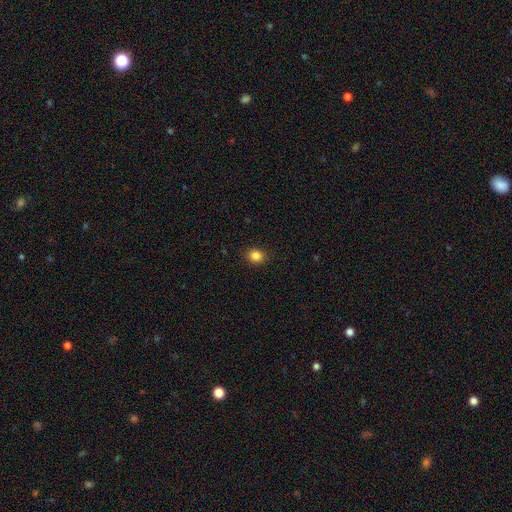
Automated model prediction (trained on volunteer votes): smooth_or_featured: smooth (p=0.85) [alt: star or artifact p=0.11]
how_rounded: round (p=0.64) [alt: in between p=0.35]
merging: none (p=0.90) [alt: minor disturbance p=0.07]